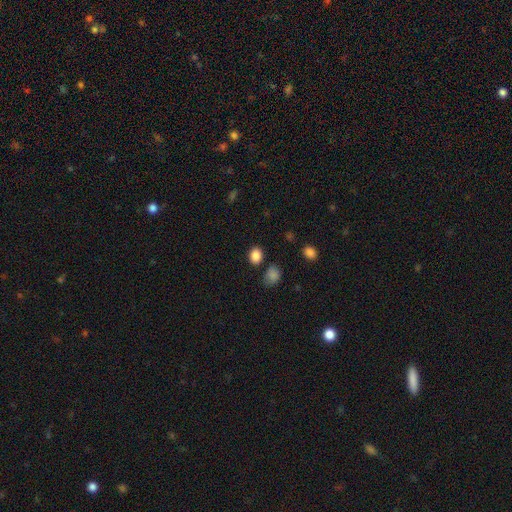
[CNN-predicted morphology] A smooth galaxy with no disk features (86%) that is in between round and cigar-shaped (50%).

Vote fractions:
- Smooth or featured? smooth: 86% / star or artifact: 10% / featured or disk: 4%
- How rounded? in between: 50% / round: 49% / cigar-shaped: 1%
- Merging? none: 81% / minor disturbance: 11% / merger: 5% / major disturbance: 3%